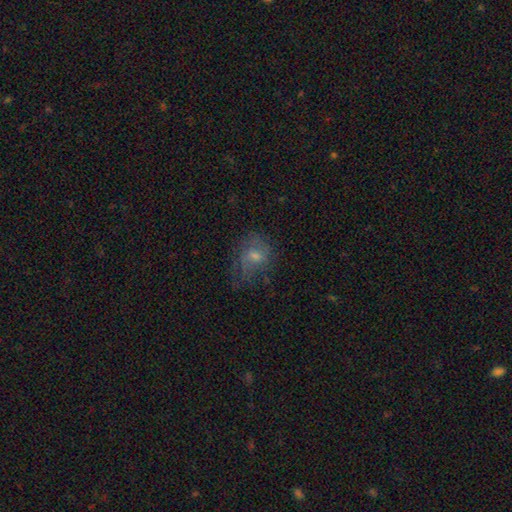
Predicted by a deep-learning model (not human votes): Smooth or featured?
  - smooth: 45% *
  - featured or disk: 42%
  - star or artifact: 13%
Merging?
  - none: 51% *
  - minor disturbance: 25%
  - major disturbance: 22%
  - merger: 2%